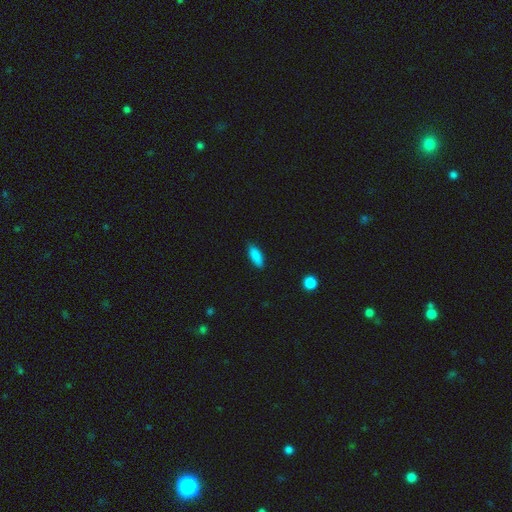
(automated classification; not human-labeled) Q: Smooth or featured?
A: smooth (88%); runner-up: star or artifact (7%)
Q: How rounded?
A: in between (72%); runner-up: cigar-shaped (26%)
Q: Merging?
A: none (85%); runner-up: minor disturbance (12%)